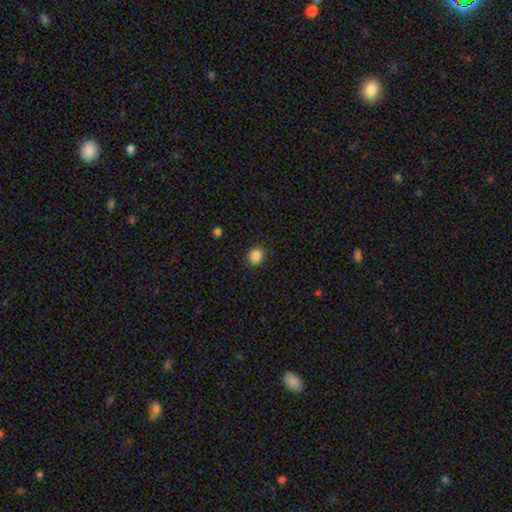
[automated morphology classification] smooth_or_featured: smooth (p=0.87) [alt: star or artifact p=0.10]
how_rounded: round (p=0.79) [alt: in between p=0.20]
merging: none (p=0.90) [alt: minor disturbance p=0.07]